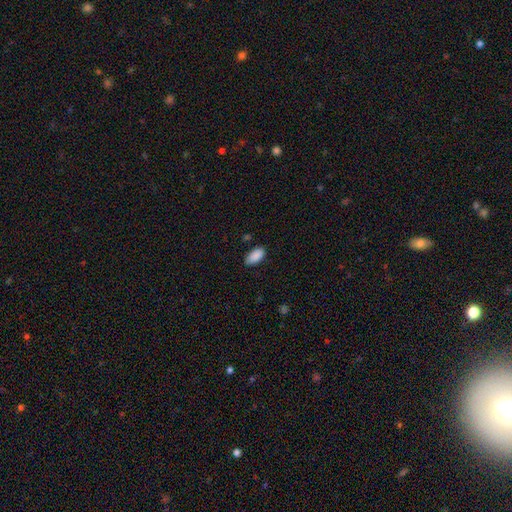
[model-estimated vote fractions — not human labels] Overall: smooth (90%). How rounded: in between (94%). Merging: none (83%).